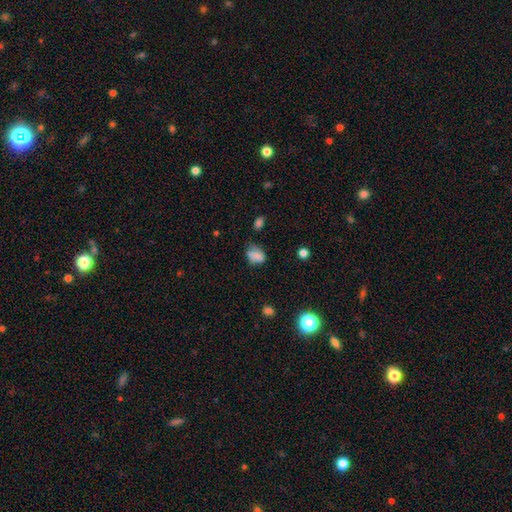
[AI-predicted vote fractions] Smooth or featured? Predicted: smooth (p=0.70). How rounded? Predicted: in between (p=0.75). Merging? Predicted: none (p=0.40).